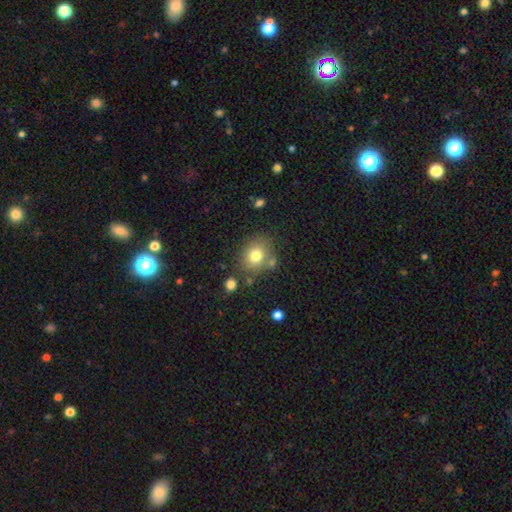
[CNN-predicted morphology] This appears to be a smooth galaxy with no disk features (76%) that is round (65%). Merging: none (71%).